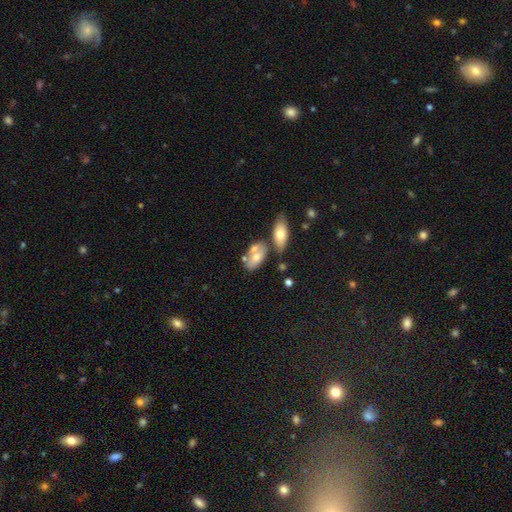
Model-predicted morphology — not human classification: A smooth galaxy with no disk features (65%) that is in between round and cigar-shaped (89%). Merging: none (40%).